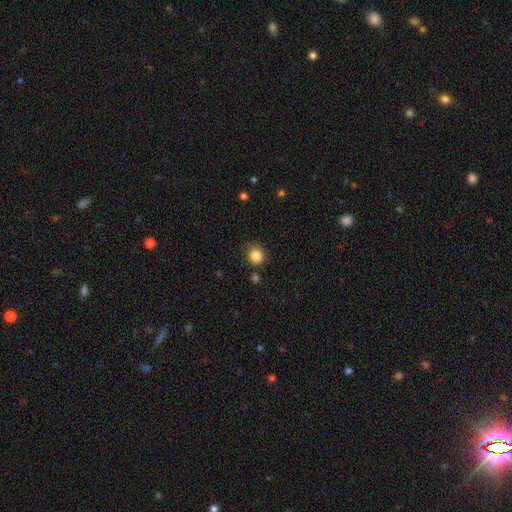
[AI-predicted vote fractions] smooth_or_featured: smooth (p=0.85) [alt: star or artifact p=0.11]
how_rounded: round (p=0.84) [alt: in between p=0.15]
merging: none (p=0.82) [alt: minor disturbance p=0.12]